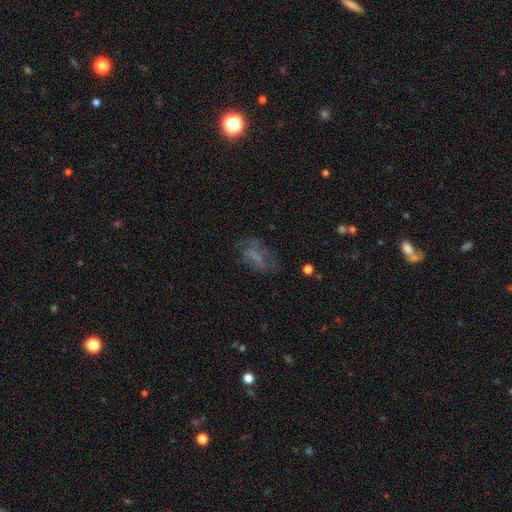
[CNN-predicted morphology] Smooth or featured? Predicted: smooth (p=0.44). Merging? Predicted: none (p=0.50).